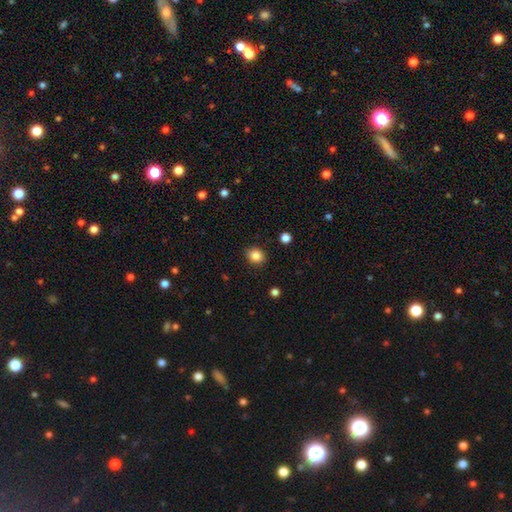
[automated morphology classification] Smooth or featured? Predicted: smooth (p=0.85). How rounded? Predicted: round (p=0.75). Merging? Predicted: none (p=0.89).